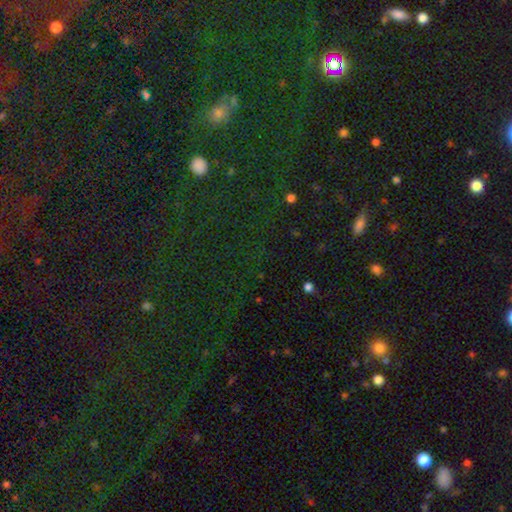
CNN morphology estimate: A star or artifact, not a galaxy (71%).